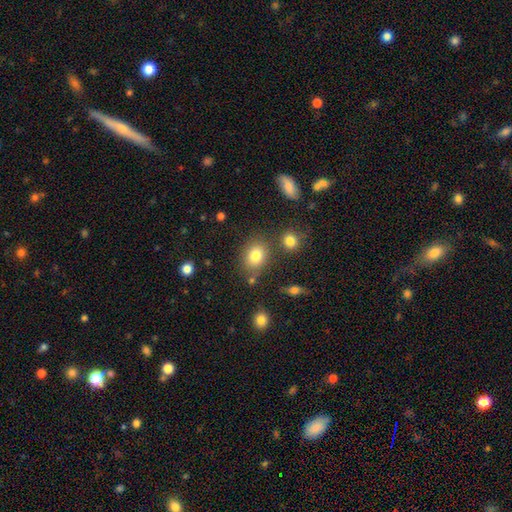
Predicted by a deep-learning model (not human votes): smooth 80%, star or artifact 11%, featured or disk 9%. Down the decision tree: how rounded — in between (57%); merging — none (72%).